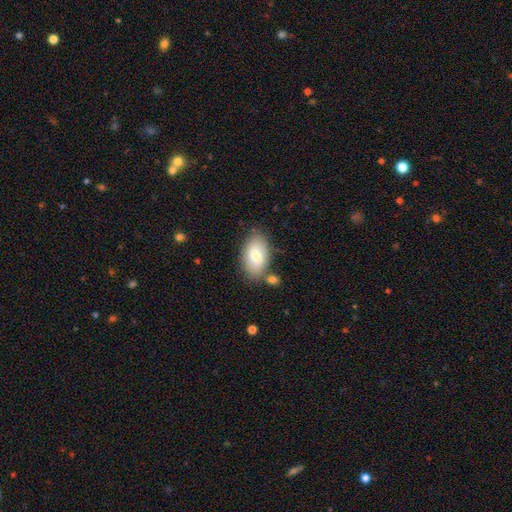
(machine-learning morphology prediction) A smooth galaxy with no disk features (73%) that is in between round and cigar-shaped (93%).

Vote fractions:
- Smooth or featured? smooth: 73% / featured or disk: 20% / star or artifact: 7%
- How rounded? in between: 93% / round: 5% / cigar-shaped: 2%
- Merging? none: 71% / minor disturbance: 16% / merger: 9% / major disturbance: 4%